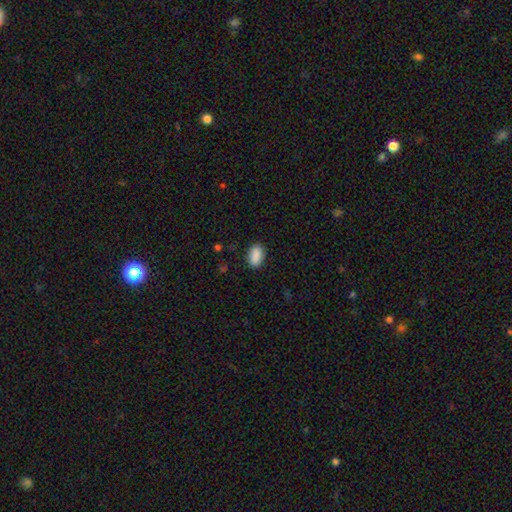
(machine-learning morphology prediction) Smooth or featured: smooth — 89% (star or artifact — 8%)
How rounded: in between — 90% (round — 7%)
Merging: none — 88% (minor disturbance — 9%)